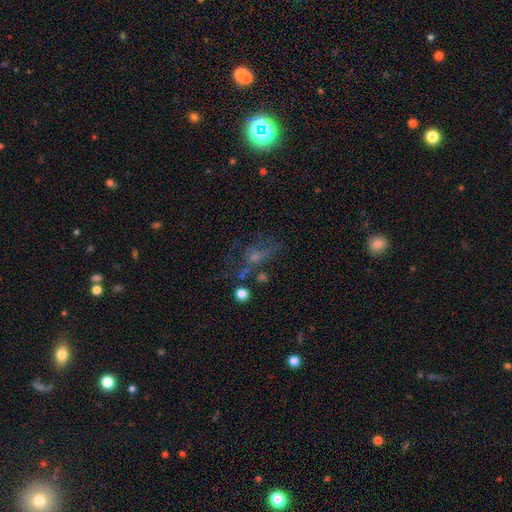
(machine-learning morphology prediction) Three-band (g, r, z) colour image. It shows a featured or disk galaxy (38%). Merging: none (43%).